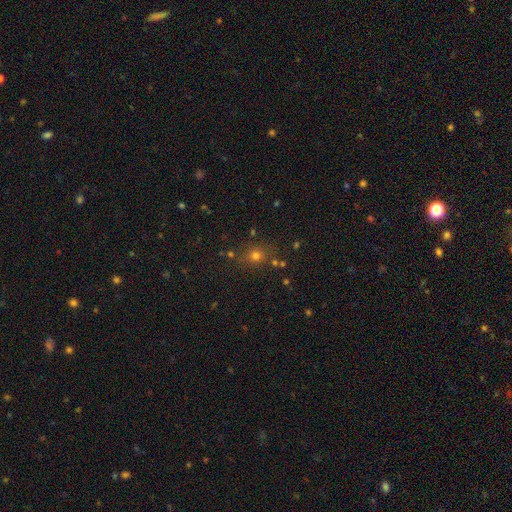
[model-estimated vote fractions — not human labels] smooth-or-featured: smooth: 66% | star or artifact: 25% | featured or disk: 9%
  how-rounded: round: 77% | in between: 22% | cigar-shaped: 1%
  merging: none: 79% | minor disturbance: 11% | merger: 6% | major disturbance: 4%